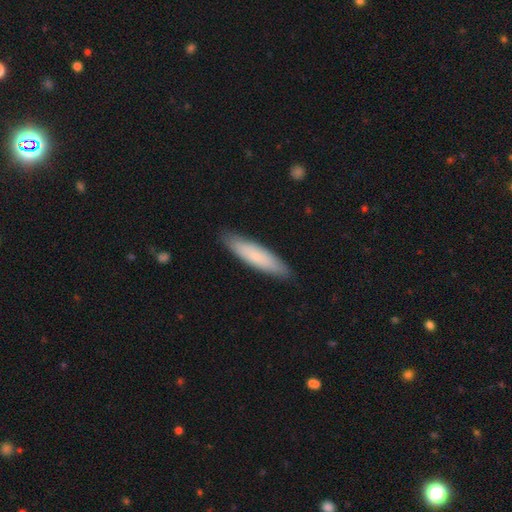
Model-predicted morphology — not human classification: Overall: smooth (71%). How rounded: cigar-shaped (77%). Merging: none (87%).